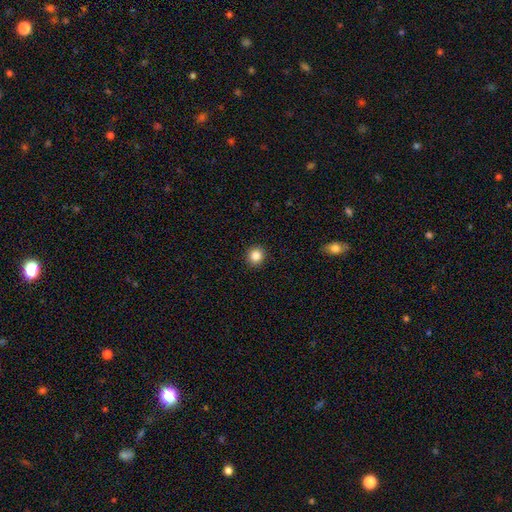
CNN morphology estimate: A smooth galaxy with no disk features (84%) that is round (93%). Merging: none (93%).